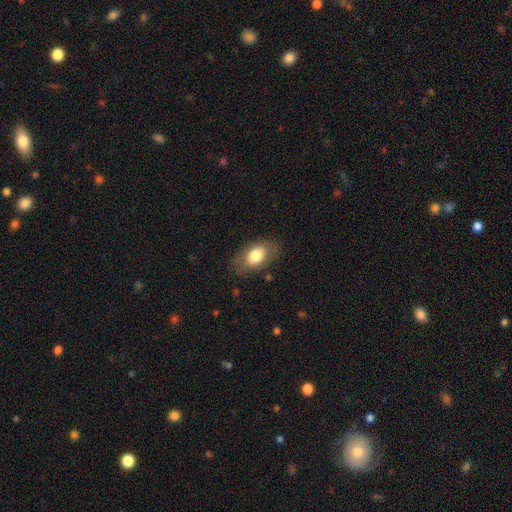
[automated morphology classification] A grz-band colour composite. It shows a smooth galaxy with no disk features (77%) that is in between round and cigar-shaped (90%). Merging: none (78%).